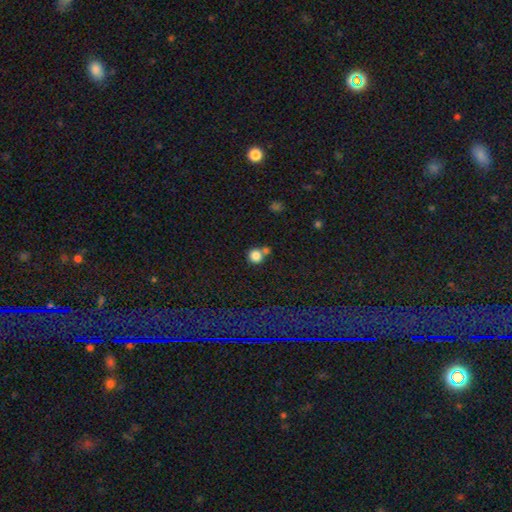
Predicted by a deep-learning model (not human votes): Smooth or featured: smooth — 83% (star or artifact — 11%)
How rounded: round — 91% (in between — 8%)
Merging: none — 56% (merger — 31%)